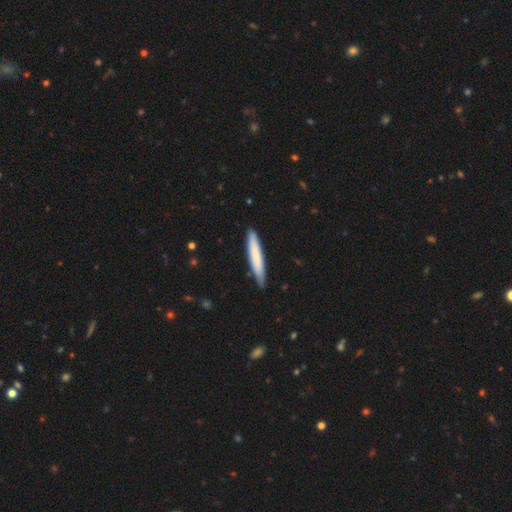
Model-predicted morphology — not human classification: Smooth or featured?
  - smooth: 75% *
  - featured or disk: 20%
  - star or artifact: 5%
How rounded?
  - cigar-shaped: 93% *
  - in between: 6%
  - round: 1%
Merging?
  - none: 87% *
  - minor disturbance: 11%
  - major disturbance: 2%
  - merger: 1%